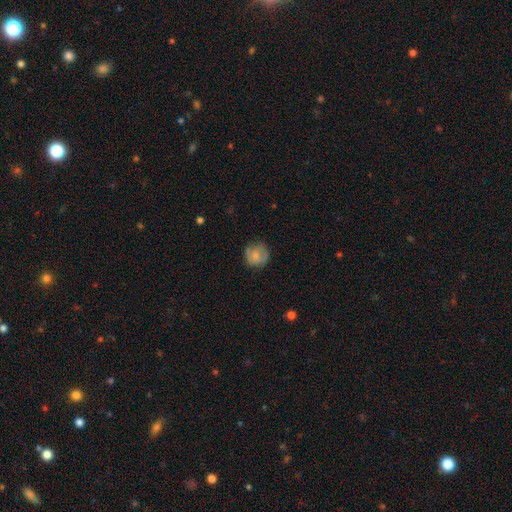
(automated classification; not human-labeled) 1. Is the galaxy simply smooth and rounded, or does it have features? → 64% smooth, 28% featured or disk, 8% star or artifact.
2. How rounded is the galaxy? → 89% round, 10% in between, 1% cigar-shaped.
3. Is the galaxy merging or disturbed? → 74% none, 19% minor disturbance, 5% major disturbance, 1% merger.